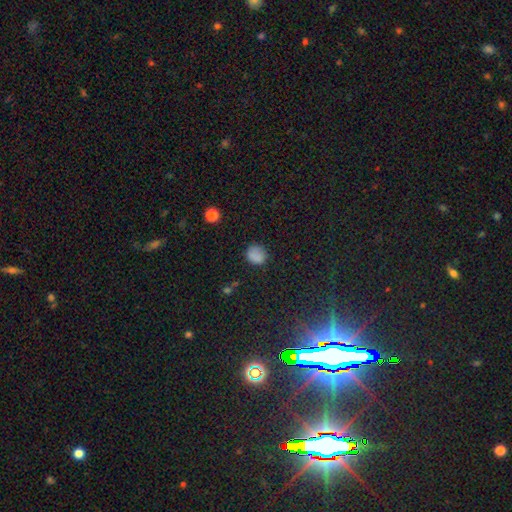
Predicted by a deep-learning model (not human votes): A smooth galaxy with no disk features (81%) that is round (77%).

Vote fractions:
- Smooth or featured? smooth: 81% / star or artifact: 14% / featured or disk: 5%
- How rounded? round: 77% / in between: 22% / cigar-shaped: 1%
- Merging? none: 79% / minor disturbance: 15% / major disturbance: 4% / merger: 2%